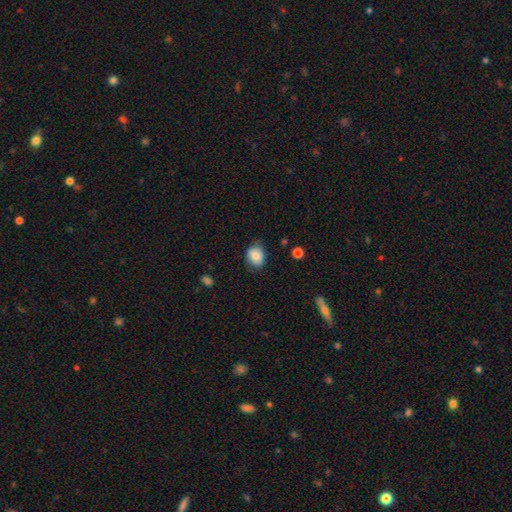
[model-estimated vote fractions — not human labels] Overall: smooth (80%). How rounded: round (51%; in between 48%). Merging: none (73%).